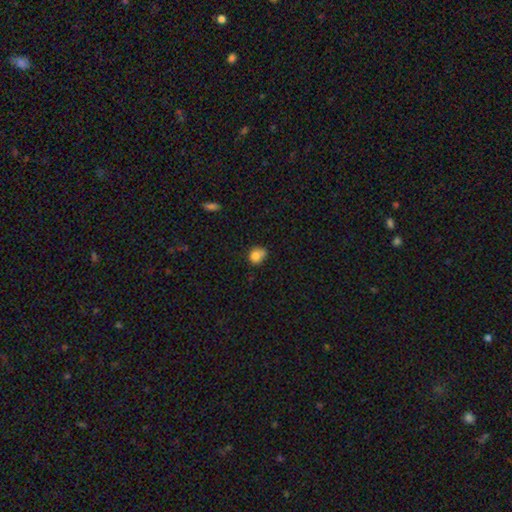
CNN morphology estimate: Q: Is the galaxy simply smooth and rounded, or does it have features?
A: smooth — 79%.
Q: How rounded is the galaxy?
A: round — 66%.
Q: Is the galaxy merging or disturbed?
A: none — 45%.